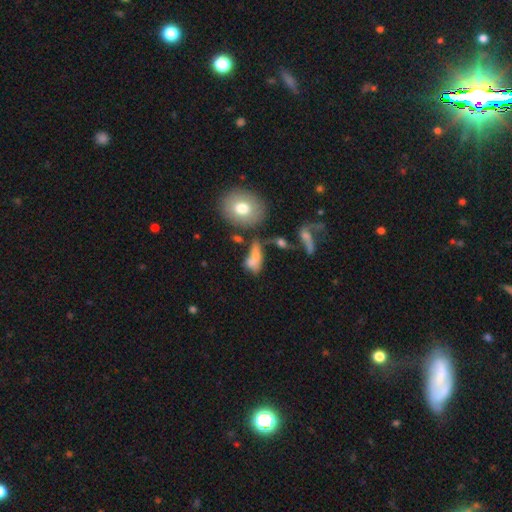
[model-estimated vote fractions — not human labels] A smooth galaxy with no disk features (59%) that is in between round and cigar-shaped (69%).

Vote fractions:
- Smooth or featured? smooth: 59% / featured or disk: 27% / star or artifact: 13%
- How rounded? in between: 69% / round: 16% / cigar-shaped: 14%
- Merging? none: 32% / merger: 30% / major disturbance: 21% / minor disturbance: 17%